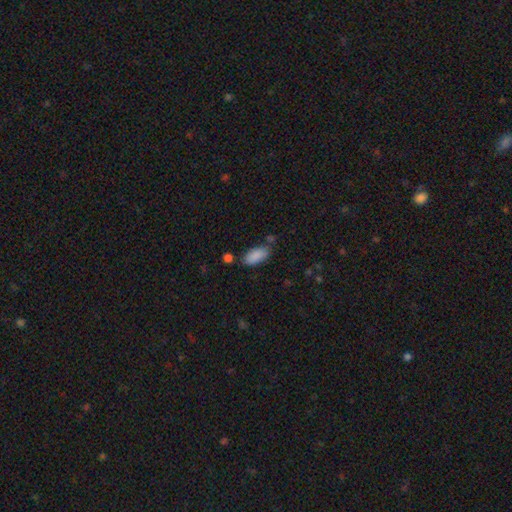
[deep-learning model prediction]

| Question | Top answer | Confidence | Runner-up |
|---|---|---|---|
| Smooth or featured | smooth | 89% | star or artifact (7%) |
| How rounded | in between | 90% | cigar-shaped (8%) |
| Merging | none | 72% | minor disturbance (17%) |